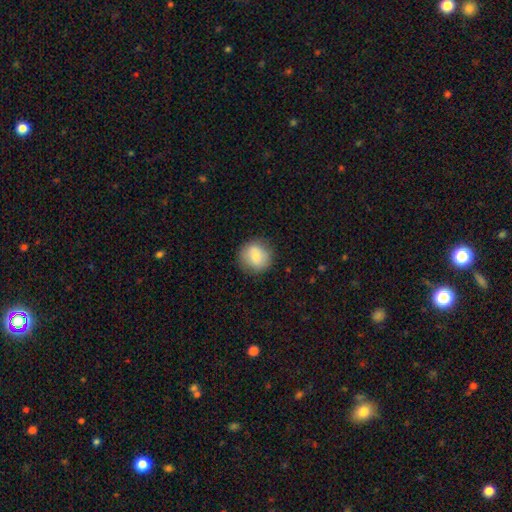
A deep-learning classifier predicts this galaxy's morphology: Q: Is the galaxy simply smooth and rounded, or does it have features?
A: smooth — 80%.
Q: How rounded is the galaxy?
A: round — 90%.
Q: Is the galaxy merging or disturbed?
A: none — 84%.